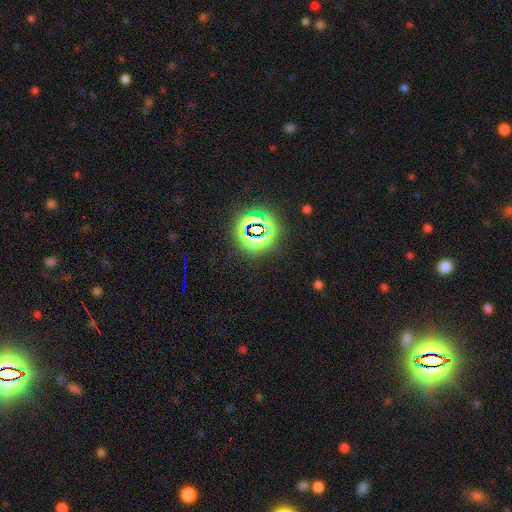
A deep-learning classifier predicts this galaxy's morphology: Q: Smooth or featured?
A: star or artifact (81%); runner-up: smooth (11%)